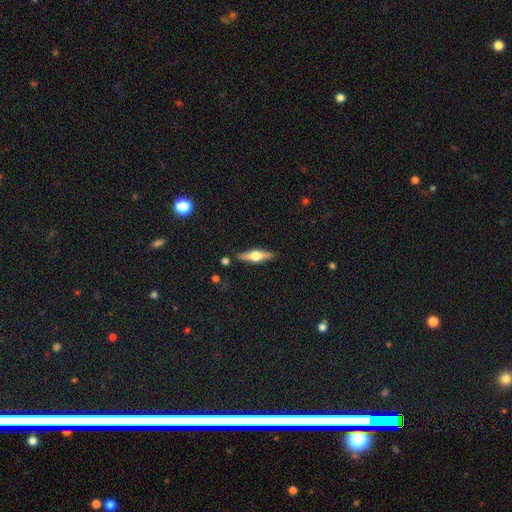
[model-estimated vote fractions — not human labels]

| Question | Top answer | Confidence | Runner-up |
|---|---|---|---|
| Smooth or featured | featured or disk | 65% | smooth (29%) |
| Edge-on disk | yes | 96% | no (4%) |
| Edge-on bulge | rounded | 94% | boxy (5%) |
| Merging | none | 88% | minor disturbance (8%) |